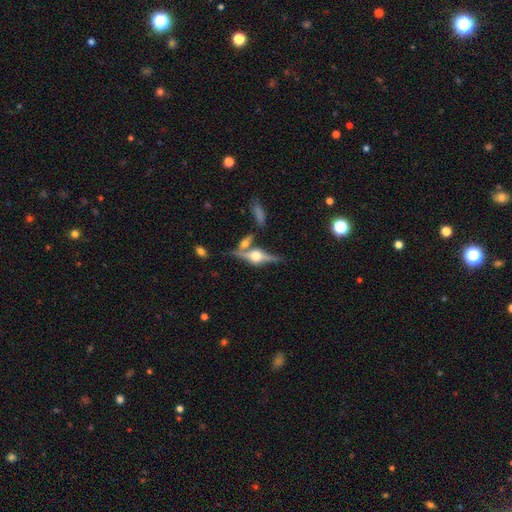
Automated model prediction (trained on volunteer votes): smooth-or-featured: featured or disk: 81% | smooth: 12% | star or artifact: 7%
  disk-edge-on: yes: 96% | no: 4%
    edge-on-bulge: rounded: 94% | boxy: 5% | none: 1%
  merging: none: 68% | merger: 16% | minor disturbance: 12% | major disturbance: 4%